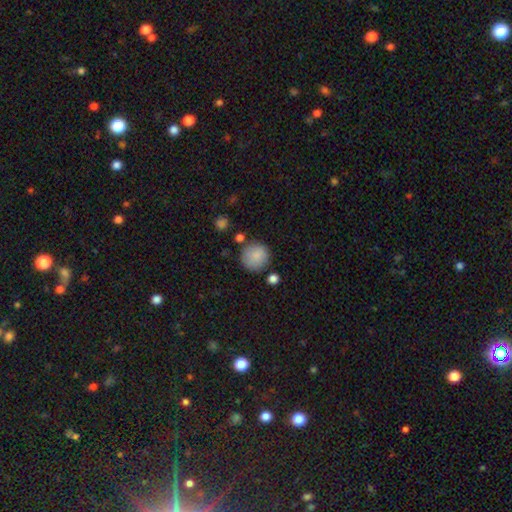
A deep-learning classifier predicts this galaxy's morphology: smooth 87%, star or artifact 8%, featured or disk 6%. Down the decision tree: how rounded — round (93%); merging — none (78%).